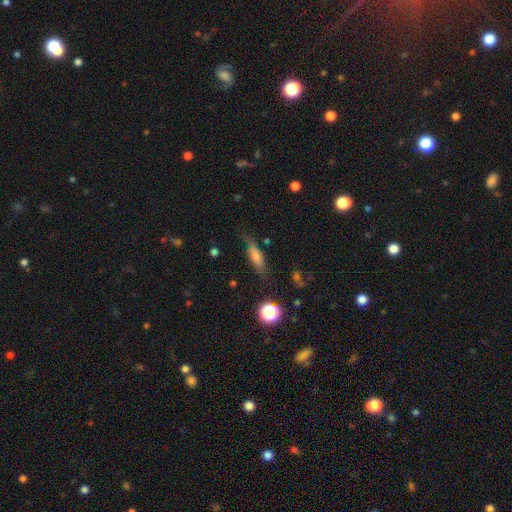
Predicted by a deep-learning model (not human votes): The model was most divided on "how rounded": cigar-shaped: 48%, in between: 47%, round: 4%. More confident: smooth or featured — smooth (66%); merging — none (63%).